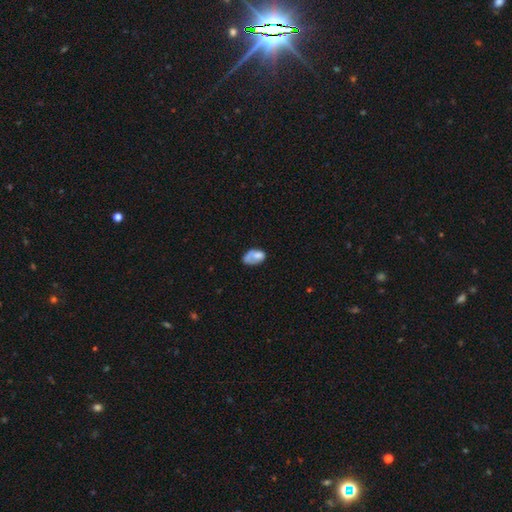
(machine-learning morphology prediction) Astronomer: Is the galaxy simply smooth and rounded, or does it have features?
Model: smooth — 64%.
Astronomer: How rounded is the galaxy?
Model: in between — 88%.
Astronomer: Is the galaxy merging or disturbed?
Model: none — 37% (runner-up: minor disturbance, 29%).